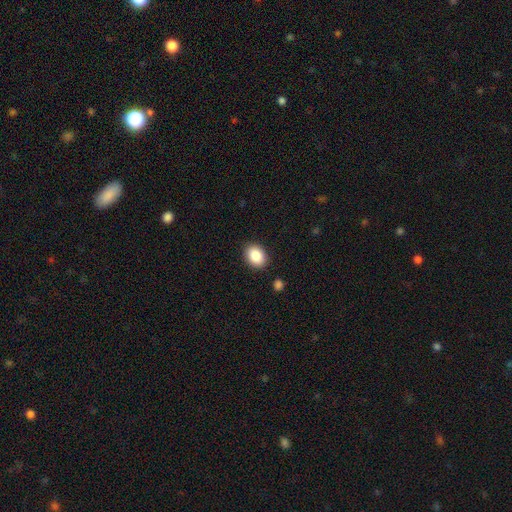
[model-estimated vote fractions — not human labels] A smooth galaxy with no disk features (88%) that is in between round and cigar-shaped (70%).

Vote fractions:
- Smooth or featured? smooth: 88% / star or artifact: 8% / featured or disk: 5%
- How rounded? in between: 70% / round: 29% / cigar-shaped: 1%
- Merging? none: 88% / minor disturbance: 8% / major disturbance: 2% / merger: 2%